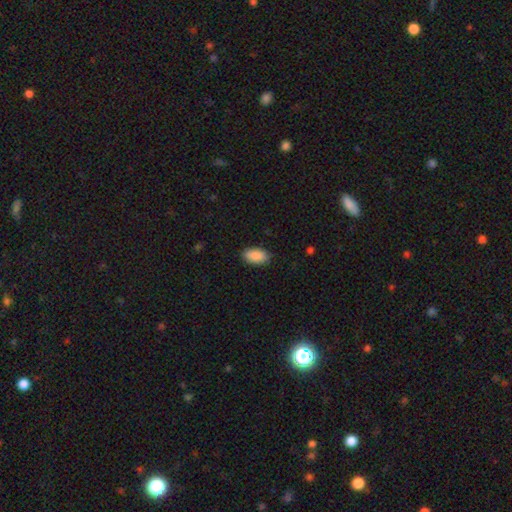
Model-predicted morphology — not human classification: Overall: smooth (90%). How rounded: in between (94%). Merging: none (86%).